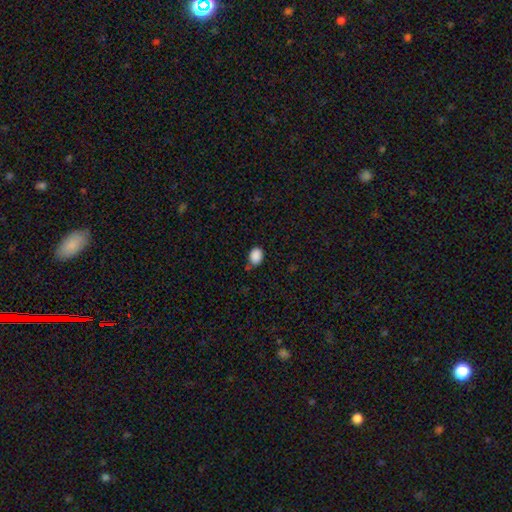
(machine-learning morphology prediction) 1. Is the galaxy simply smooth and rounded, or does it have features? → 88% smooth, 9% star or artifact, 3% featured or disk.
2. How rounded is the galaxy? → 58% in between, 41% round, 1% cigar-shaped.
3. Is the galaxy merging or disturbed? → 71% none, 20% minor disturbance, 5% merger, 4% major disturbance.